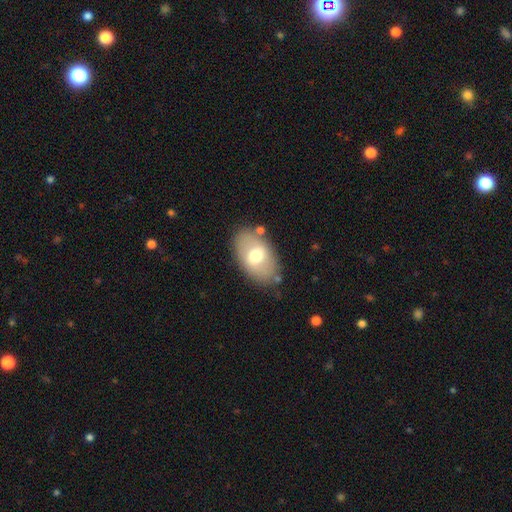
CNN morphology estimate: This is likely a smooth galaxy (62%). How rounded: clearly in between (91%). Merging: likely none (78%).